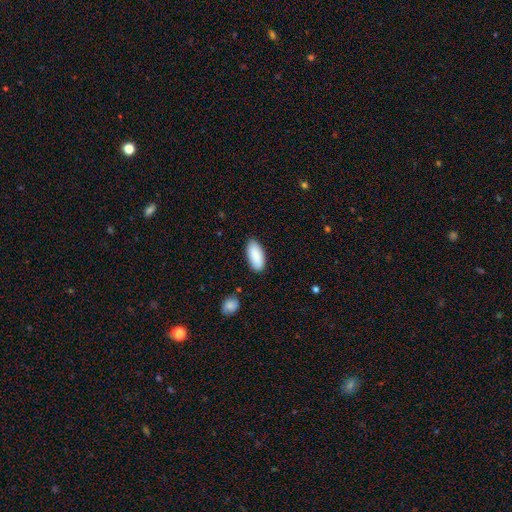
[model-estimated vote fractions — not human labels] smooth_or_featured: smooth (p=0.90) [alt: star or artifact p=0.06]
how_rounded: in between (p=0.90) [alt: cigar-shaped p=0.08]
merging: none (p=0.87) [alt: minor disturbance p=0.10]